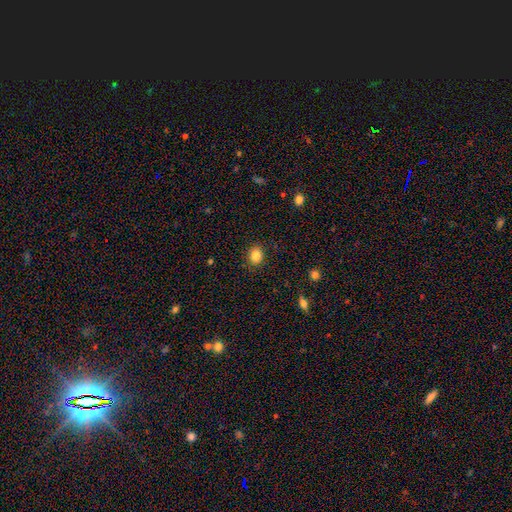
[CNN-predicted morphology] Smooth or featured? smooth (83%)
How rounded? round (53%)
Merging? none (88%)